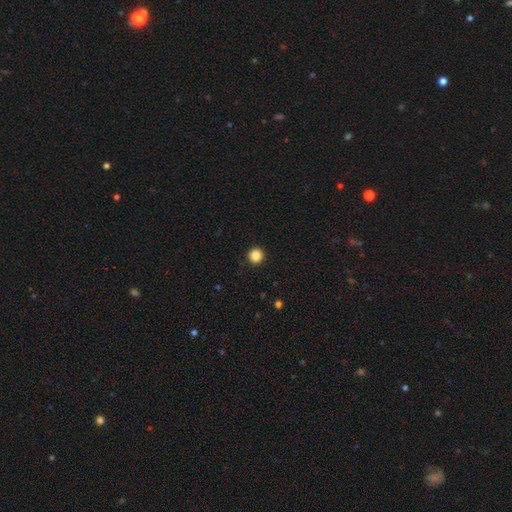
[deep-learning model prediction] Overall: smooth (87%). How rounded: round (96%). Merging: none (93%).